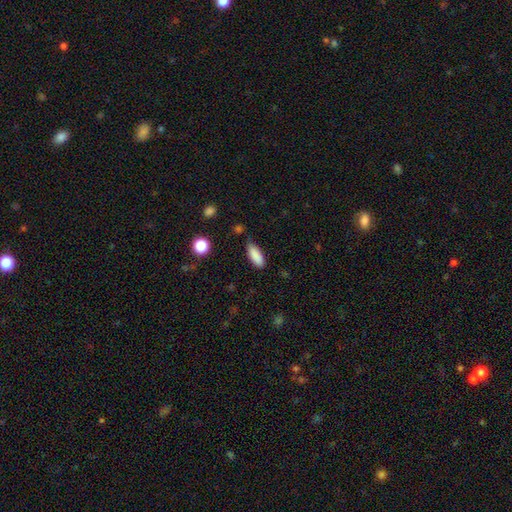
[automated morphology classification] Smooth or featured: smooth — 87% (star or artifact — 8%)
How rounded: in between — 70% (cigar-shaped — 28%)
Merging: none — 75% (minor disturbance — 19%)